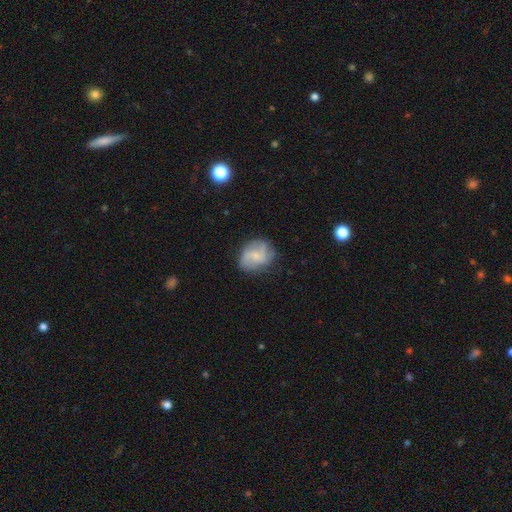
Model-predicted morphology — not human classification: A featured or disk galaxy (59%) with no bar (49%), 2 (52%) loose (43%) spiral arms (88%) and a small central bulge (59%).

Vote fractions:
- Smooth or featured? featured or disk: 59% / smooth: 33% / star or artifact: 7%
- Edge-on disk? no: 97% / yes: 3%
- Bar? no: 49% / weak: 43% / strong: 8%
- Spiral arms? yes: 88% / no: 12%
- Spiral winding? loose: 43% / medium: 41% / tight: 17%
- Spiral arm count? 2: 52% / can't tell: 19% / 3: 17% / 4: 4% / 1: 4% / more than 4: 3%
- Bulge size? small: 59% / moderate: 25% / none: 13% / large: 2% / dominant: 1%
- Merging? none: 71% / minor disturbance: 20% / major disturbance: 8% / merger: 2%